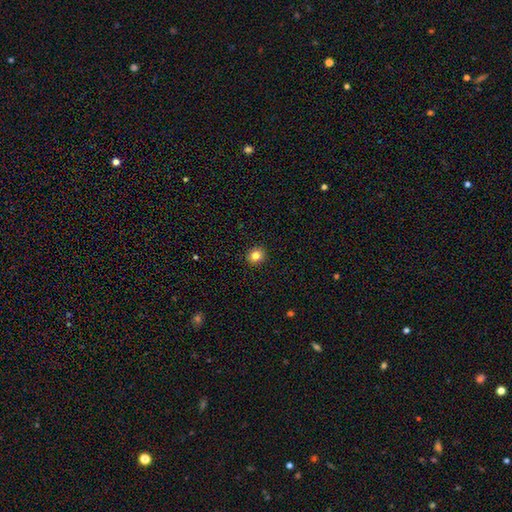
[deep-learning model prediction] The model was most divided on "how rounded": round: 82%, in between: 17%, cigar-shaped: 1%. More confident: merging — none (92%); smooth or featured — smooth (83%).